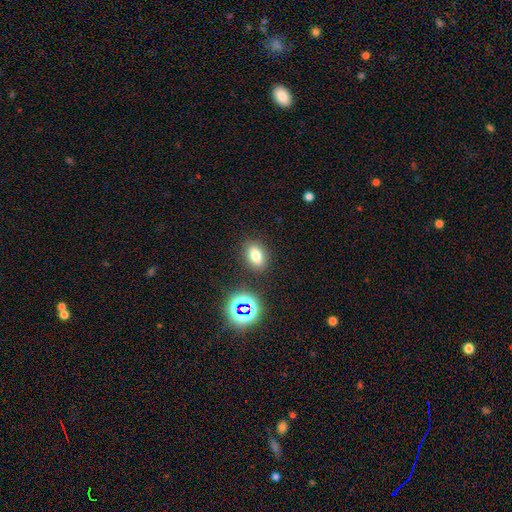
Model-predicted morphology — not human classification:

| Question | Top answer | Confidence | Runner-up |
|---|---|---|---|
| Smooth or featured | smooth | 73% | star or artifact (17%) |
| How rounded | in between | 77% | round (21%) |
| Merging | none | 85% | minor disturbance (9%) |